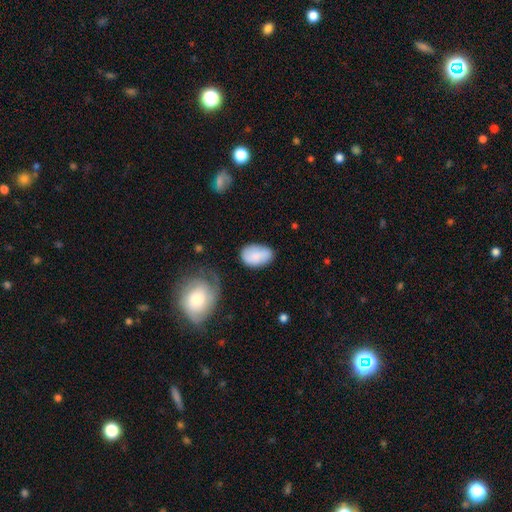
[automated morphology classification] Overall: smooth (81%). How rounded: in between (89%). Merging: none (56%; minor disturbance 29%).